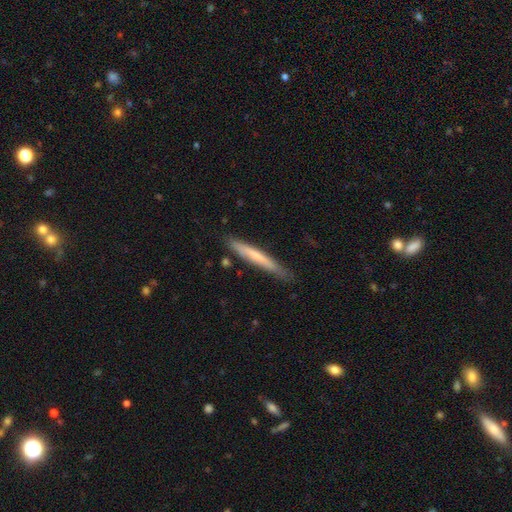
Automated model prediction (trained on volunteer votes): Q: Smooth or featured?
A: smooth (59%); runner-up: featured or disk (36%)
Q: How rounded?
A: cigar-shaped (96%); runner-up: in between (3%)
Q: Merging?
A: none (79%); runner-up: minor disturbance (16%)